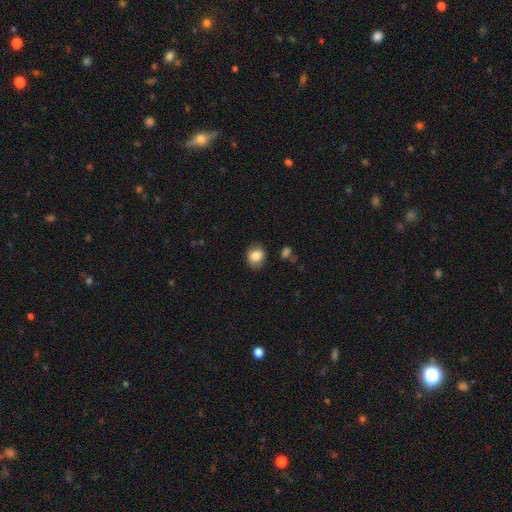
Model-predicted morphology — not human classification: This appears to be a smooth galaxy with no disk features (83%) that is round (63%). Merging: none (80%).